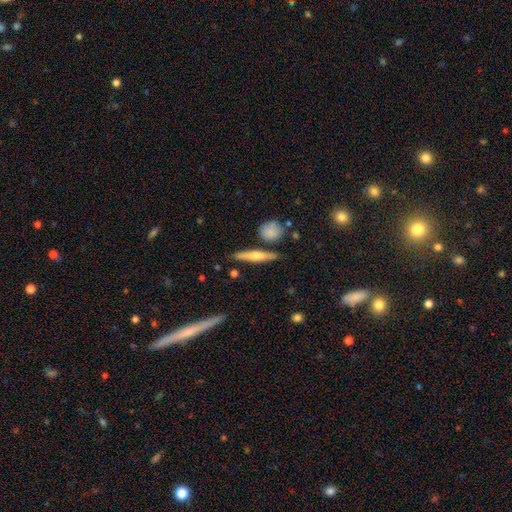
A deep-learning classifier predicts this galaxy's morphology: Overall: featured or disk (49%; smooth 45%). Merging: none (80%).